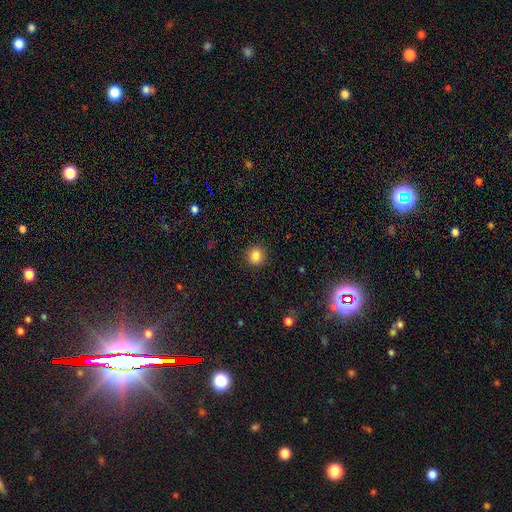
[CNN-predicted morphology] smooth-or-featured: smooth: 85% | star or artifact: 11% | featured or disk: 4%
  how-rounded: round: 83% | in between: 16% | cigar-shaped: 1%
  merging: none: 90% | minor disturbance: 7% | major disturbance: 2% | merger: 1%